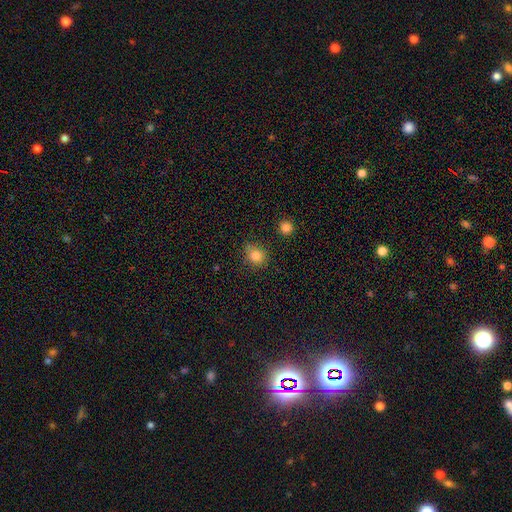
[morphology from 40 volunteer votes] Smooth or featured? smooth (88%)
How rounded? round (66%)
Merging? none (78%)